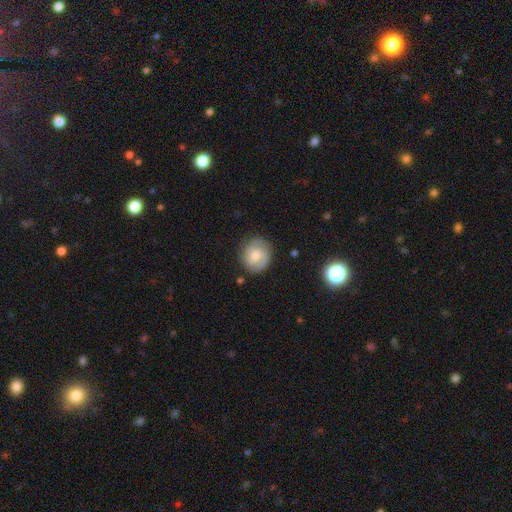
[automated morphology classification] The model was most divided on "spiral winding": tight: 51%, medium: 38%, loose: 11%. Remaining: edge-on disk — no (98%); spiral arms — yes (91%); merging — none (80%); spiral arm count — 2 (64%); smooth or featured — featured or disk (61%); bar — no (59%); bulge size — moderate (50%).